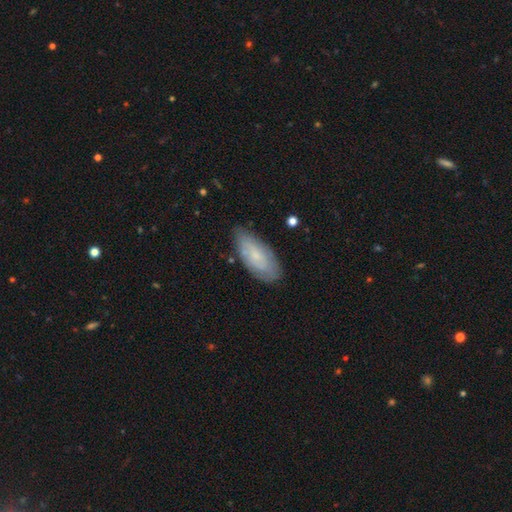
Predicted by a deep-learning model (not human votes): A smooth galaxy with no disk features (54%) that is in between round and cigar-shaped (84%).

Vote fractions:
- Smooth or featured? smooth: 54% / featured or disk: 39% / star or artifact: 7%
- How rounded? in between: 84% / cigar-shaped: 14% / round: 2%
- Merging? none: 75% / minor disturbance: 19% / major disturbance: 4% / merger: 2%